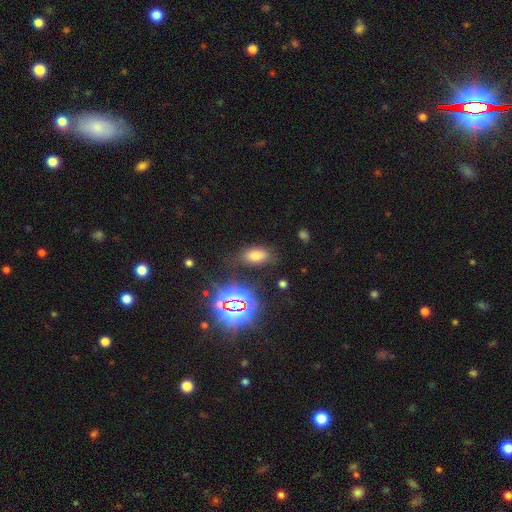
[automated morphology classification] type=smooth (64%); roundness=in between (90%); merging=none (79%).